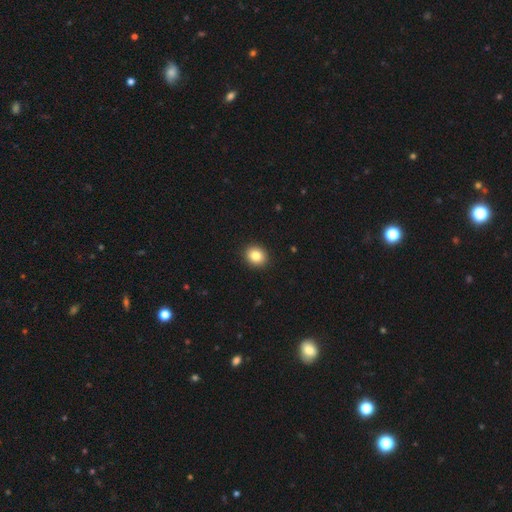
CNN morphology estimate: Smooth or featured?
  - smooth: 84% *
  - star or artifact: 10%
  - featured or disk: 7%
How rounded?
  - round: 73% *
  - in between: 26%
  - cigar-shaped: 1%
Merging?
  - none: 92% *
  - minor disturbance: 5%
  - major disturbance: 2%
  - merger: 1%